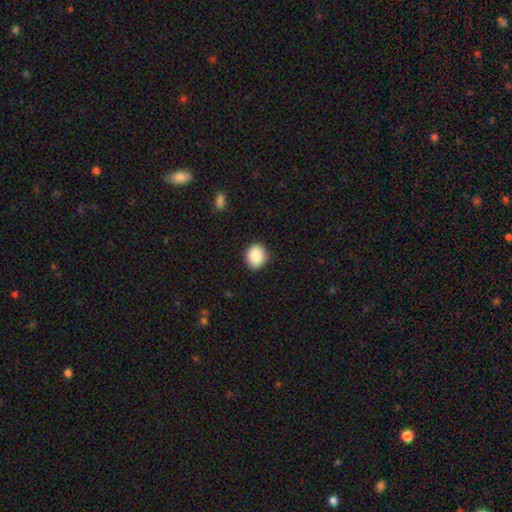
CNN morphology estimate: Smooth or featured?
  - smooth: 89% *
  - star or artifact: 8%
  - featured or disk: 3%
How rounded?
  - round: 69% *
  - in between: 31%
  - cigar-shaped: 1%
Merging?
  - none: 89% *
  - minor disturbance: 8%
  - major disturbance: 2%
  - merger: 1%